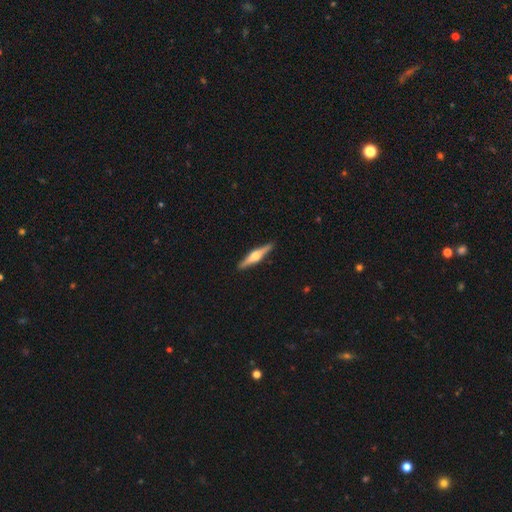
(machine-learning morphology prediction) Smooth or featured: featured or disk — 74% (smooth — 21%)
Edge-on disk: yes — 98% (no — 2%)
Edge-on bulge: rounded — 94% (boxy — 4%)
Merging: none — 91% (minor disturbance — 6%)